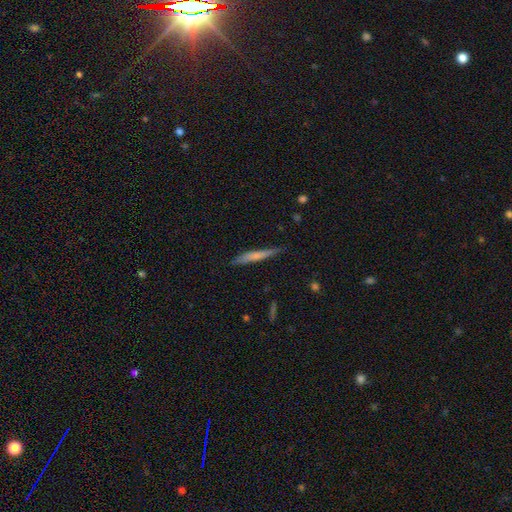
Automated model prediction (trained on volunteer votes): A smooth galaxy with no disk features (61%) that is cigar-shaped (95%).

Vote fractions:
- Smooth or featured? smooth: 61% / featured or disk: 33% / star or artifact: 6%
- How rounded? cigar-shaped: 95% / in between: 4% / round: 2%
- Merging? none: 79% / minor disturbance: 16% / major disturbance: 3% / merger: 2%